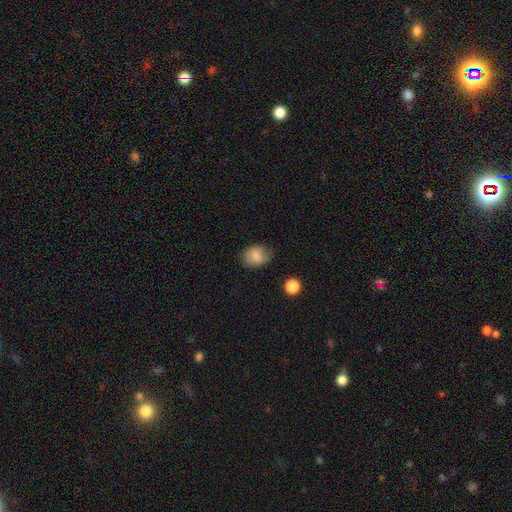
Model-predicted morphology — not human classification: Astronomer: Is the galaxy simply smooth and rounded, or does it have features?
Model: smooth — 79%.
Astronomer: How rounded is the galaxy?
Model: in between — 61% (runner-up: round, 38%).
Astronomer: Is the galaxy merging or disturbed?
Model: none — 73%.